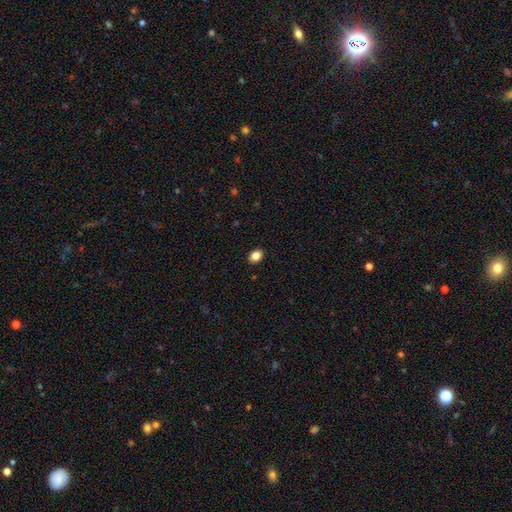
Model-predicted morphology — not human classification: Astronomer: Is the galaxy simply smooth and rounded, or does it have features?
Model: smooth — 86%.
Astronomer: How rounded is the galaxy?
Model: in between — 62% (runner-up: round, 37%).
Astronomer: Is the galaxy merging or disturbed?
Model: none — 90%.